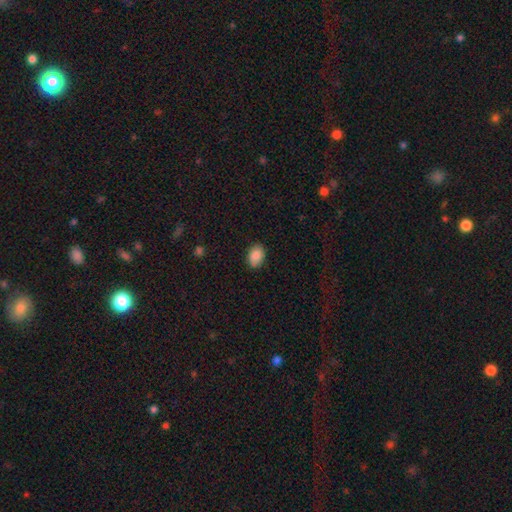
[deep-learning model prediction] Overall: smooth (88%). How rounded: in between (82%). Merging: none (87%).